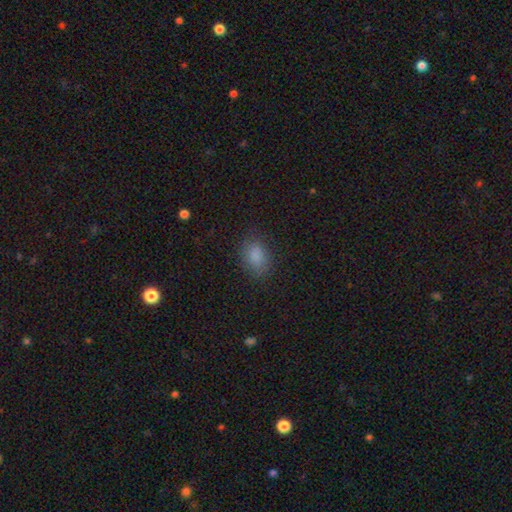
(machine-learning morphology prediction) Smooth or featured? smooth (85%)
How rounded? in between (79%)
Merging? none (79%)